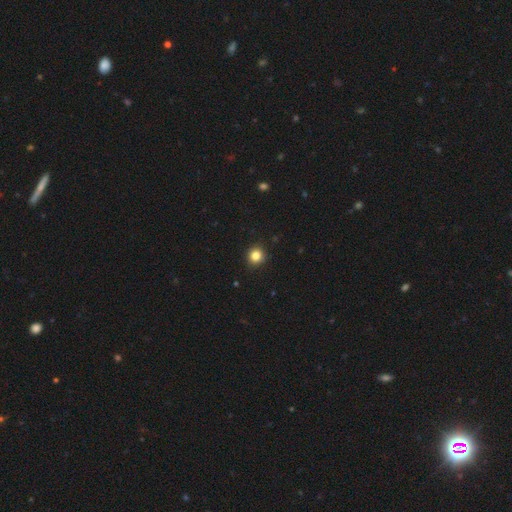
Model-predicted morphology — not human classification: Overall: smooth (83%). How rounded: round (91%). Merging: none (92%).